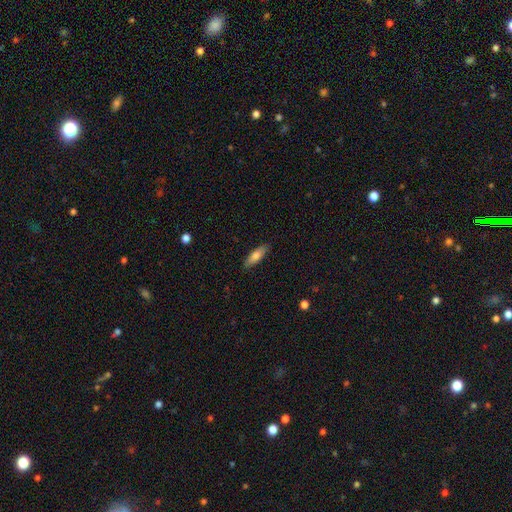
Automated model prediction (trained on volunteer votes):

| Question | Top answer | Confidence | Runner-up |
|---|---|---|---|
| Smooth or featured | smooth | 71% | featured or disk (23%) |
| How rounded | cigar-shaped | 50% | in between (47%) |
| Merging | none | 88% | minor disturbance (9%) |